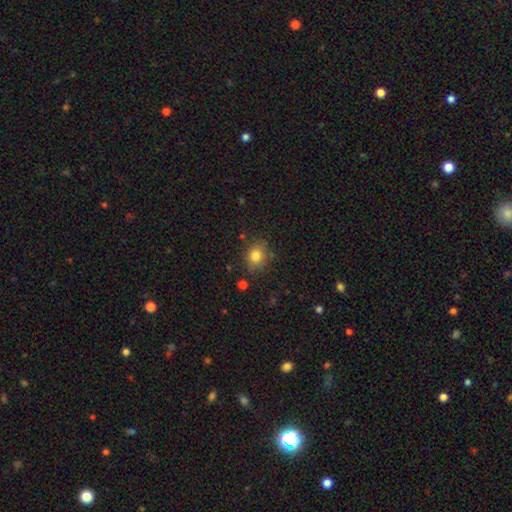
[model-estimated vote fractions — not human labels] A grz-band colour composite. It shows a smooth galaxy with no disk features (80%) that is round (66%). Merging: none (77%).